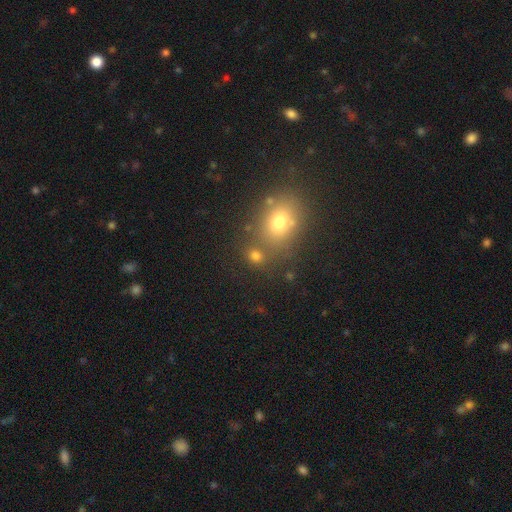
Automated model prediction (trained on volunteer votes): Morphology: type=smooth (73%); roundness=round (60%); merging=none (69%).